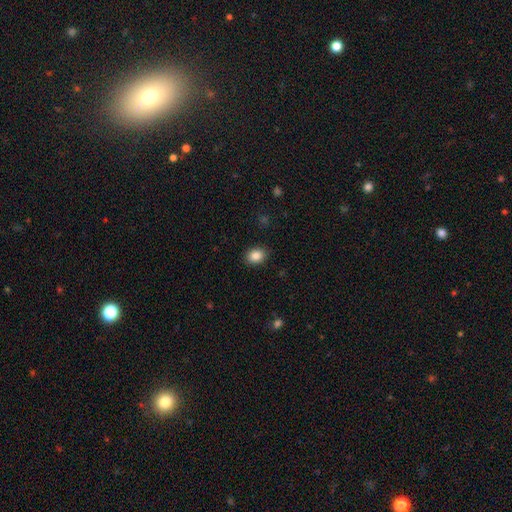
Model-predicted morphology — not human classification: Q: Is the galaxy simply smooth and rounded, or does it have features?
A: smooth — 86%.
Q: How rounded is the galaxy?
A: in between — 61%.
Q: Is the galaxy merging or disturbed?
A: none — 88%.